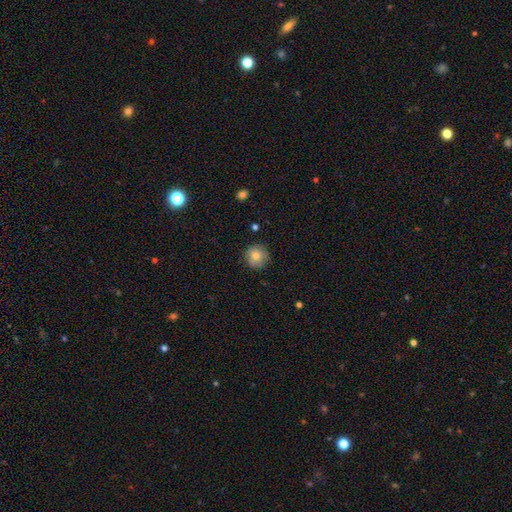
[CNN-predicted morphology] Smooth or featured?
  - smooth: 79% *
  - featured or disk: 12%
  - star or artifact: 9%
How rounded?
  - round: 94% *
  - in between: 5%
  - cigar-shaped: 1%
Merging?
  - none: 85% *
  - minor disturbance: 12%
  - major disturbance: 2%
  - merger: 1%